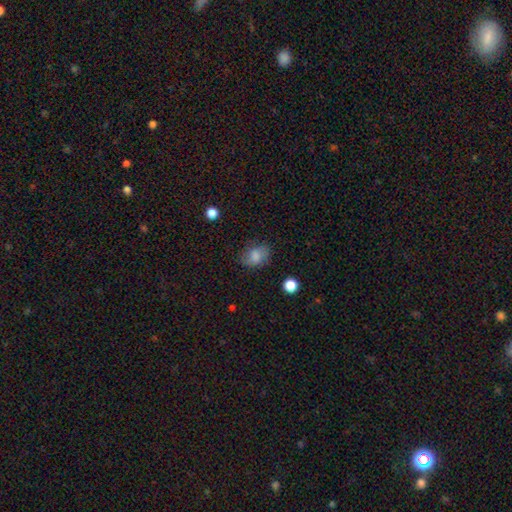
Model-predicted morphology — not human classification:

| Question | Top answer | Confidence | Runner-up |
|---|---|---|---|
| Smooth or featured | smooth | 75% | featured or disk (15%) |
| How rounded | in between | 66% | round (32%) |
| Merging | none | 69% | minor disturbance (22%) |